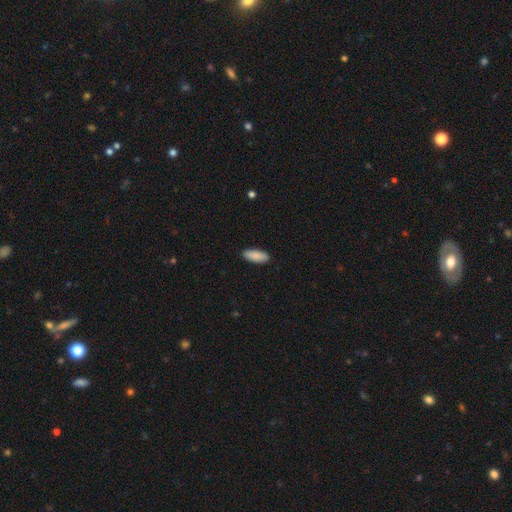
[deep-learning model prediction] This appears to be a smooth galaxy with no disk features (90%) that is in between round and cigar-shaped (74%). Merging: none (90%).